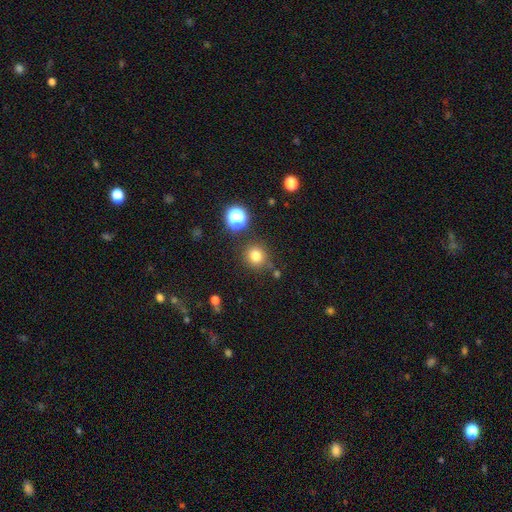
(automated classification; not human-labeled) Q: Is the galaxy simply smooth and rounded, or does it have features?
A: smooth — 78%.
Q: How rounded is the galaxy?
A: round — 91%.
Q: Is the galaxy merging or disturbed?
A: none — 82%.